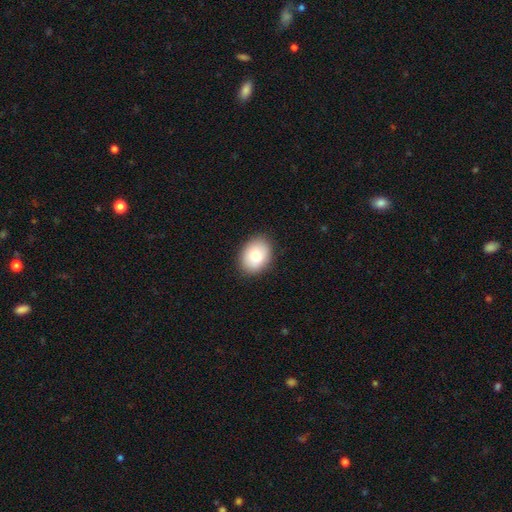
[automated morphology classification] Smooth or featured? Predicted: smooth (p=0.82). How rounded? Predicted: in between (p=0.70). Merging? Predicted: none (p=0.88).